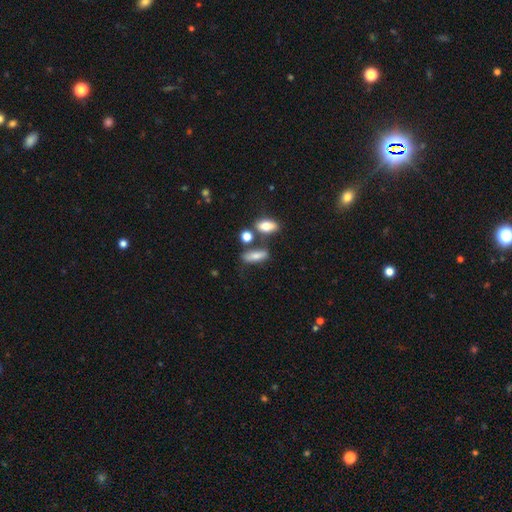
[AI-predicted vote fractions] smooth-or-featured: smooth: 73% | featured or disk: 18% | star or artifact: 10%
  how-rounded: in between: 58% | cigar-shaped: 36% | round: 7%
  merging: none: 59% | merger: 17% | minor disturbance: 17% | major disturbance: 6%